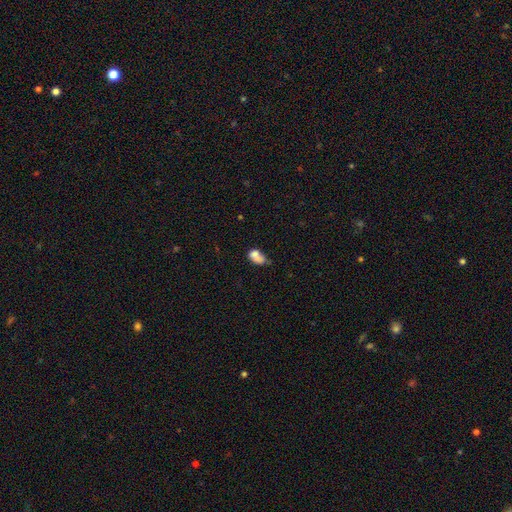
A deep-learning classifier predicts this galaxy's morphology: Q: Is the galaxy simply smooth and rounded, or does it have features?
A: smooth — 71%.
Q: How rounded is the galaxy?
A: in between — 82%.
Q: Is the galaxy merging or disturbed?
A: merger — 32%.